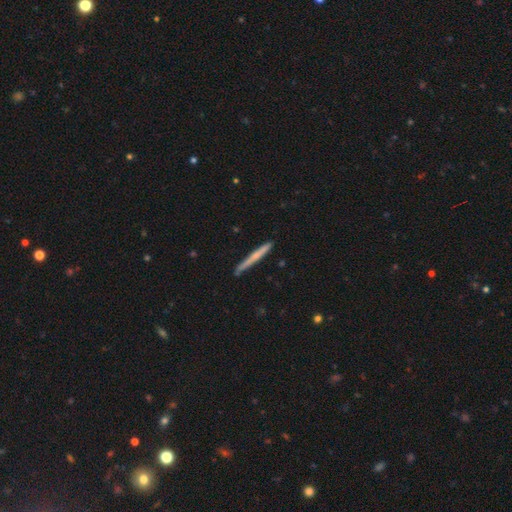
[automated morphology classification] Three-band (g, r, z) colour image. It shows a smooth galaxy with no disk features (55%) that is cigar-shaped (97%). Merging: none (87%).